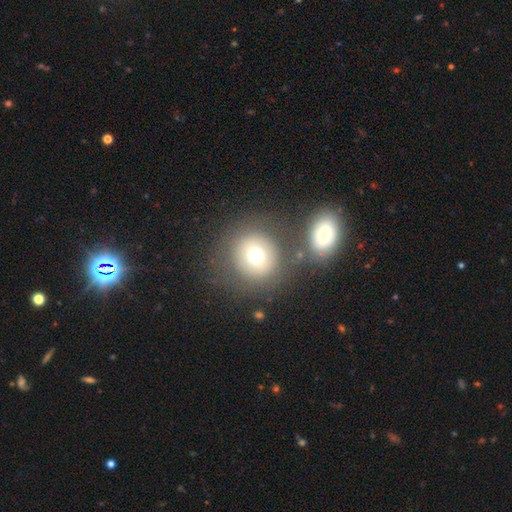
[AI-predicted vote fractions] This is likely a smooth galaxy (70%). How rounded: clearly round (89%). Merging: likely none (64%).